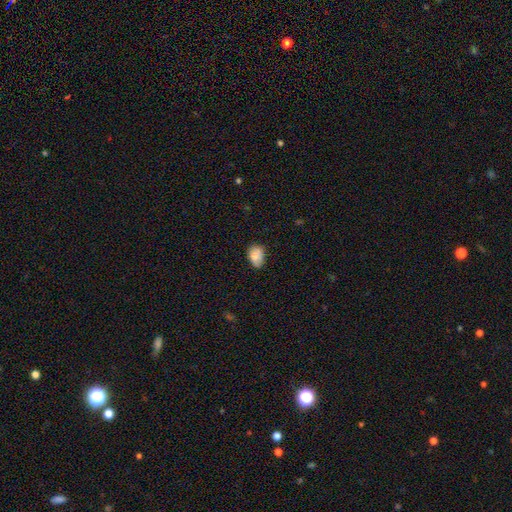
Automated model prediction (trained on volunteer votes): A smooth galaxy with no disk features (83%) that is in between round and cigar-shaped (81%). Merging: none (62%).